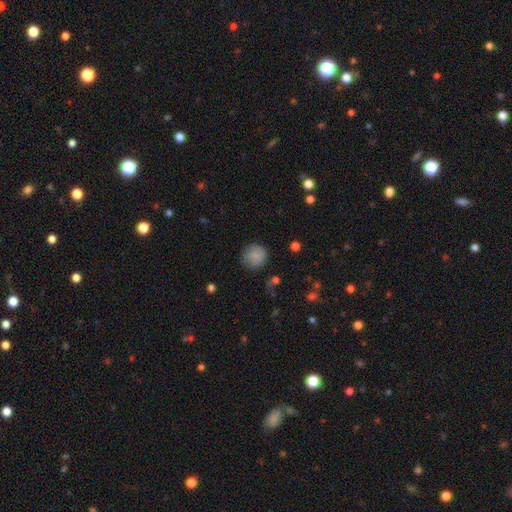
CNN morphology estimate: This appears to be a smooth galaxy with no disk features (84%) that is round (90%). Merging: none (79%).